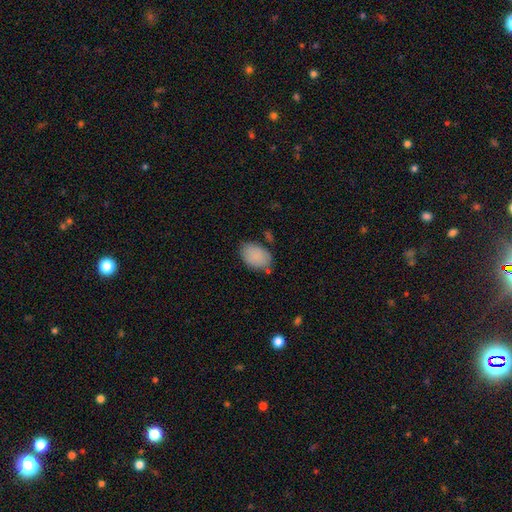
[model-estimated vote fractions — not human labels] The model was most divided on "merging": none: 70%, minor disturbance: 20%, merger: 6%, major disturbance: 5%. More confident: smooth or featured — smooth (88%); how rounded — in between (86%).